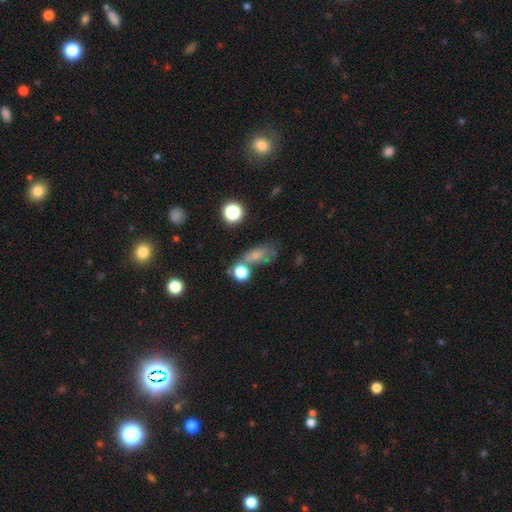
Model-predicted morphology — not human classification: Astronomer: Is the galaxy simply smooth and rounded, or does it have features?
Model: smooth — 64%.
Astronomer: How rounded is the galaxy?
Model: in between — 63%.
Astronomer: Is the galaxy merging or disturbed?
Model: none — 40% (runner-up: merger, 26%).